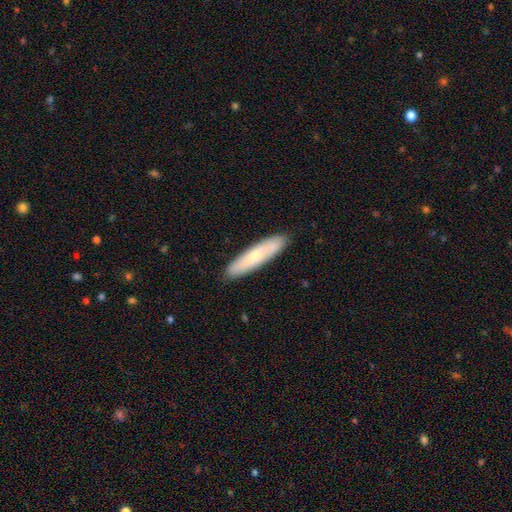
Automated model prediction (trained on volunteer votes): Q: Smooth or featured?
A: smooth (63%); runner-up: featured or disk (32%)
Q: How rounded?
A: cigar-shaped (80%); runner-up: in between (18%)
Q: Merging?
A: none (88%); runner-up: minor disturbance (9%)